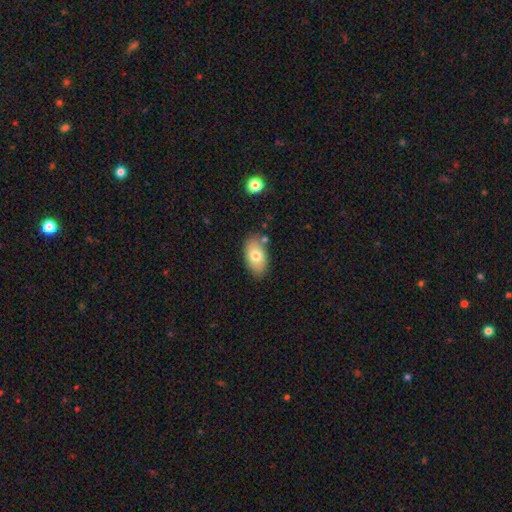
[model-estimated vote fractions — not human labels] Morphology: type=smooth (74%); roundness=in between (92%); merging=none (79%).